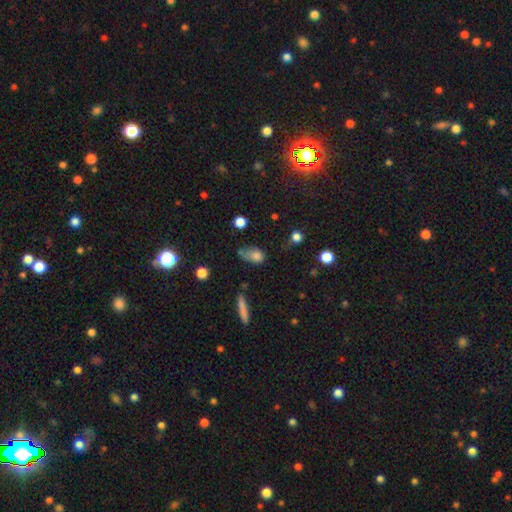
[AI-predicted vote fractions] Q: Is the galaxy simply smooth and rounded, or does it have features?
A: smooth — 74%.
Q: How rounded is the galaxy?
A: in between — 75%.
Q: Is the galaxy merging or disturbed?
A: minor disturbance — 34%.